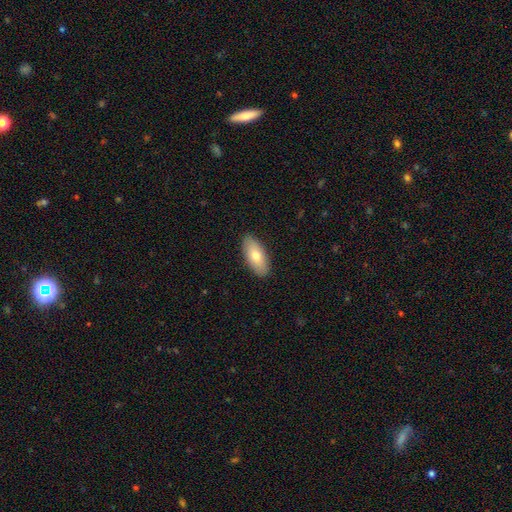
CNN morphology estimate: Overall: smooth (73%). How rounded: in between (86%). Merging: none (90%).